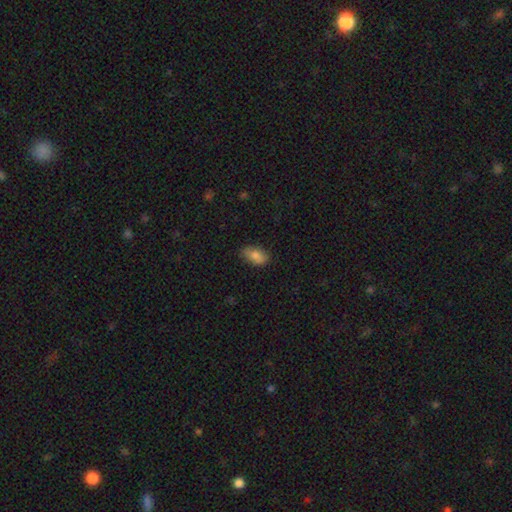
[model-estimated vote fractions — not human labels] Overall: smooth (82%). How rounded: in between (91%). Merging: none (80%).